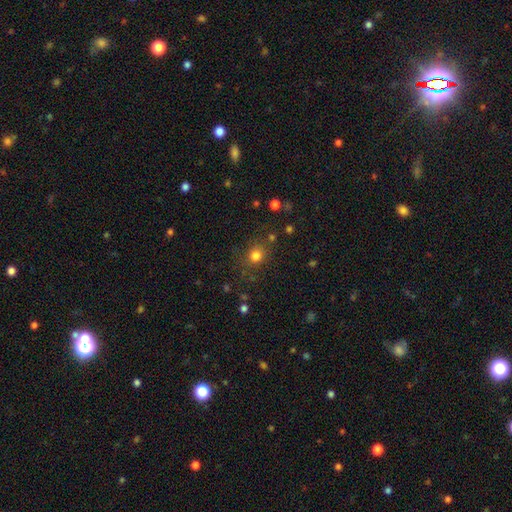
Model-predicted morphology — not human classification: smooth 79%, star or artifact 15%, featured or disk 6%. Down the decision tree: how rounded — round (84%); merging — none (79%).